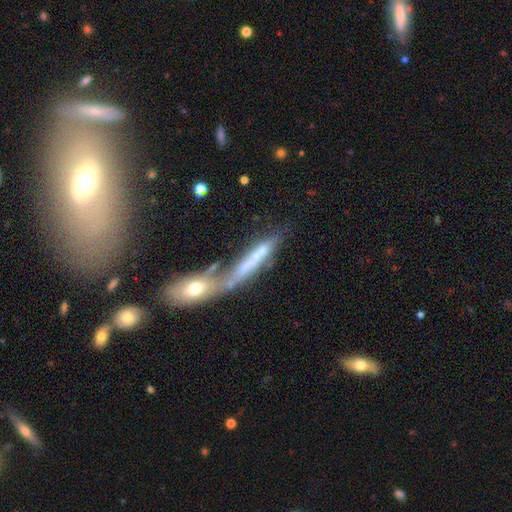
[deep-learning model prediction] Smooth or featured? Predicted: featured or disk (p=0.48). Merging? Predicted: merger (p=0.54).